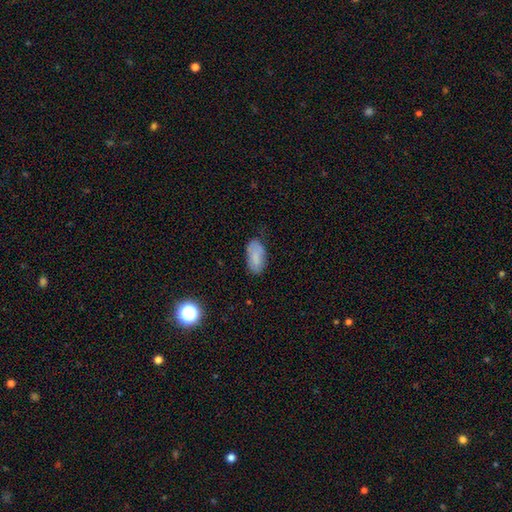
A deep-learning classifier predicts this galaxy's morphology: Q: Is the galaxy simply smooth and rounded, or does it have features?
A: smooth — 77%.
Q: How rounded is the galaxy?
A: in between — 93%.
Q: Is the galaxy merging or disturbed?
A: none — 70%.